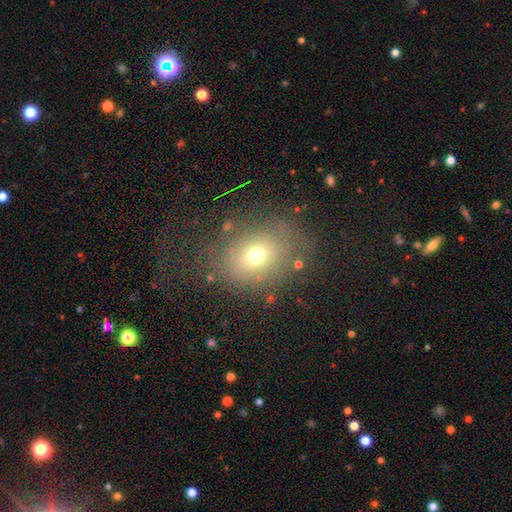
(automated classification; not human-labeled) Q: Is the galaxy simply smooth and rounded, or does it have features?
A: smooth — 66%.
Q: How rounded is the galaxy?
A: in between — 51%.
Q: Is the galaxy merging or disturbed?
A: none — 72%.